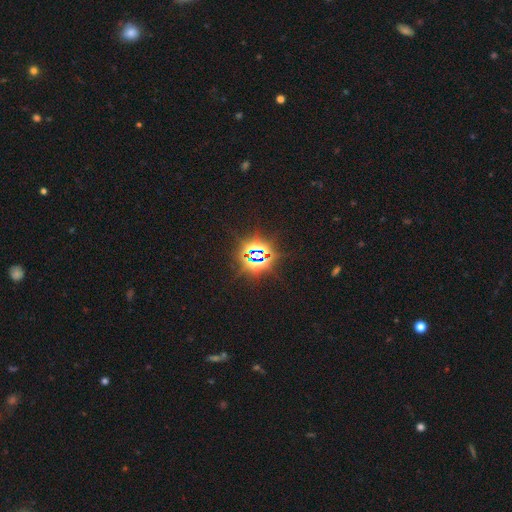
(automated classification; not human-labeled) smooth-or-featured: star or artifact: 83% | smooth: 10% | featured or disk: 7%